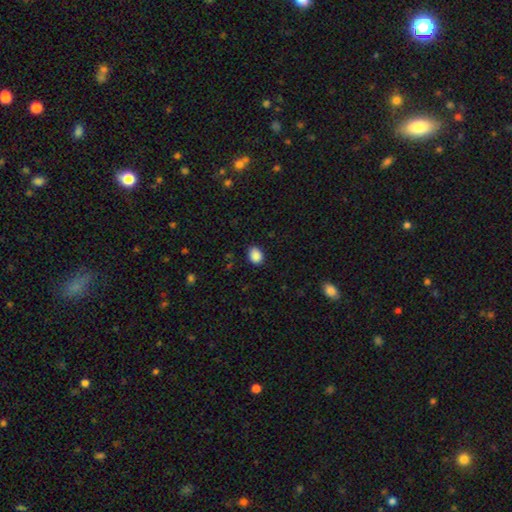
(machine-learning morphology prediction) Overall: smooth (89%). How rounded: in between (61%; round 38%). Merging: none (85%).